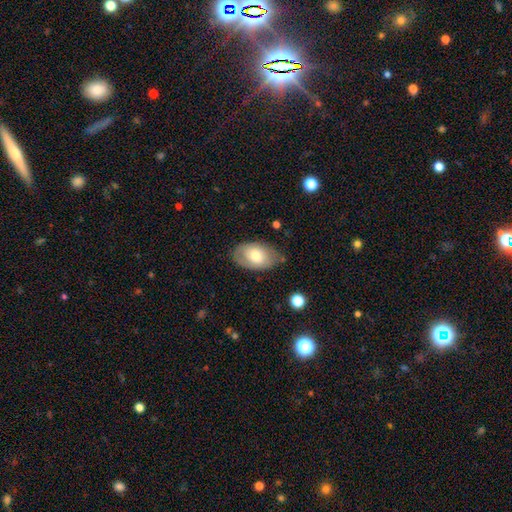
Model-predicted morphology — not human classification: smooth-or-featured: smooth: 69% | featured or disk: 24% | star or artifact: 6%
  how-rounded: in between: 91% | round: 8% | cigar-shaped: 1%
  merging: none: 71% | minor disturbance: 22% | major disturbance: 5% | merger: 2%